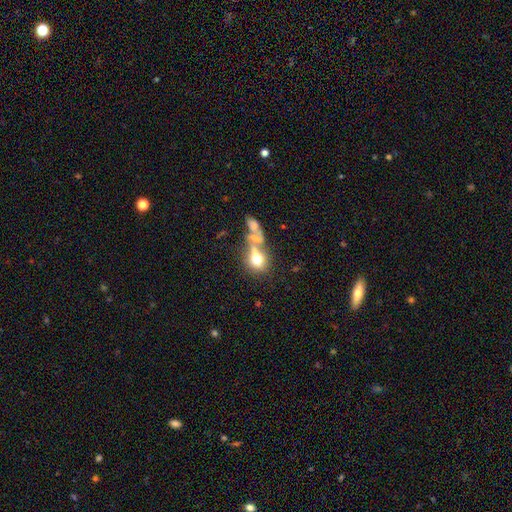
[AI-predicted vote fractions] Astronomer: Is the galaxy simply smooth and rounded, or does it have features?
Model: smooth — 54%.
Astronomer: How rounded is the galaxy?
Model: round — 67%.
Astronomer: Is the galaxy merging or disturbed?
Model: merger — 50% (runner-up: none, 35%).